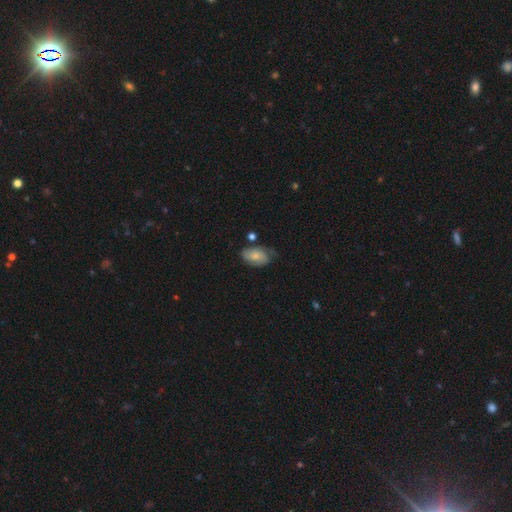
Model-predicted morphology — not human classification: Overall: smooth (51%; featured or disk 41%). How rounded: in between (89%). Merging: none (50%; minor disturbance 32%).